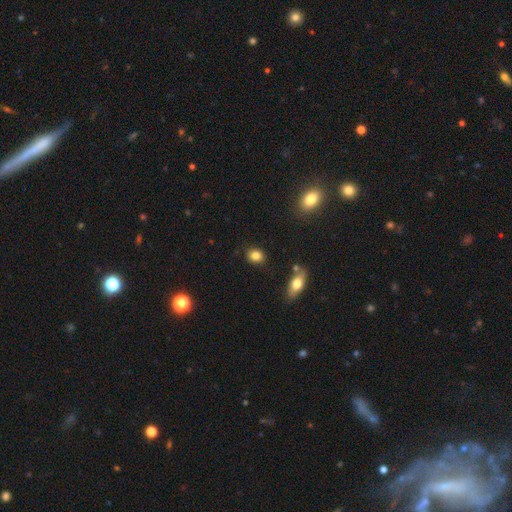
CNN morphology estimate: This is clearly a smooth galaxy (84%). How rounded: likely round (62%). Merging: clearly none (83%).